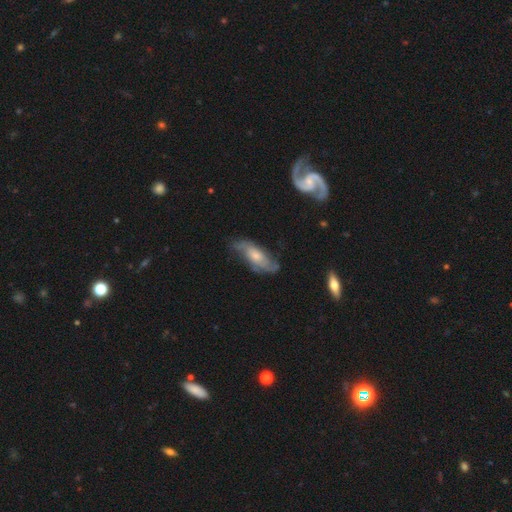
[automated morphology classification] Q: Smooth or featured?
A: featured or disk (67%); runner-up: smooth (27%)
Q: Edge-on disk?
A: no (86%); runner-up: yes (14%)
Q: Bar?
A: no (67%); runner-up: weak (27%)
Q: Spiral arms?
A: yes (87%); runner-up: no (13%)
Q: Spiral winding?
A: medium (42%); runner-up: loose (31%)
Q: Spiral arm count?
A: 2 (68%); runner-up: can't tell (20%)
Q: Bulge size?
A: moderate (46%); runner-up: small (38%)
Q: Merging?
A: none (63%); runner-up: minor disturbance (24%)